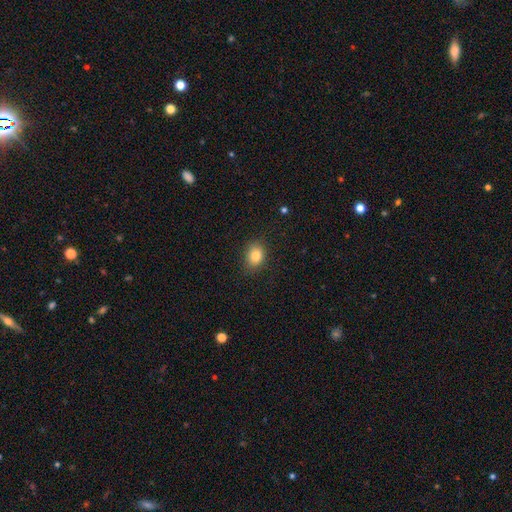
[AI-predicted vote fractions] Morphology: type=smooth (83%); roundness=in between (59%); merging=none (85%).